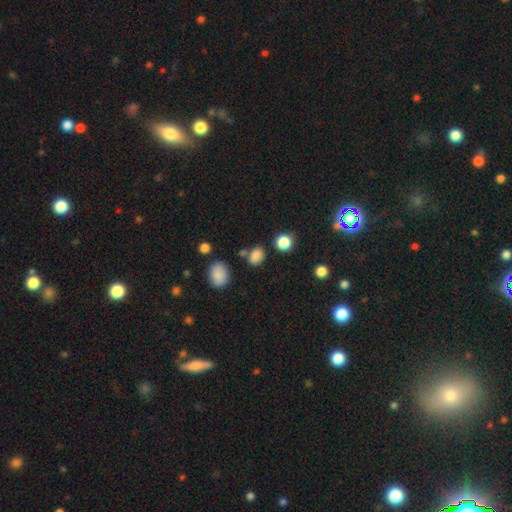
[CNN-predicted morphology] smooth_or_featured: smooth (p=0.82) [alt: star or artifact p=0.14]
how_rounded: in between (p=0.54) [alt: round p=0.45]
merging: none (p=0.73) [alt: minor disturbance p=0.13]